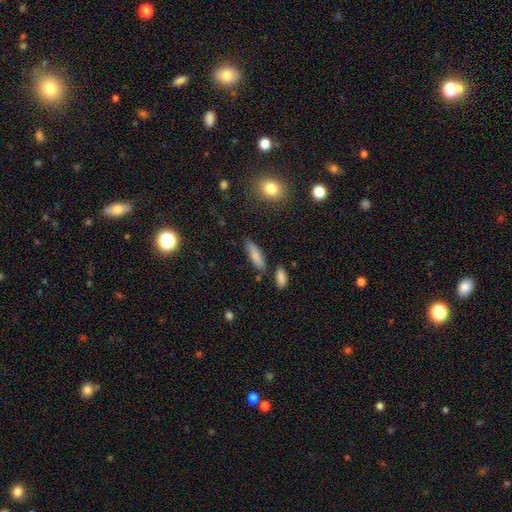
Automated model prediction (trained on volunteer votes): Morphology: type=smooth (82%); roundness=in between (50%); merging=none (77%).